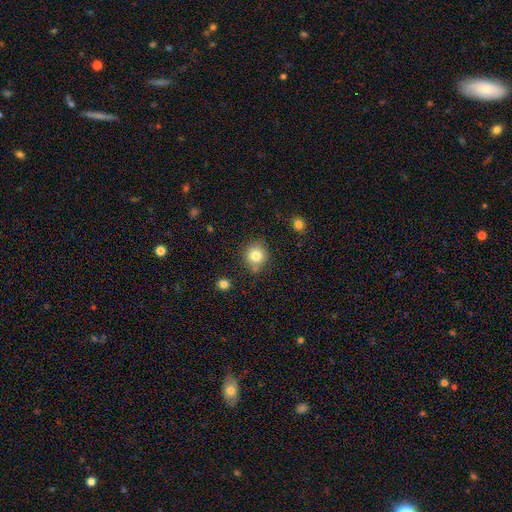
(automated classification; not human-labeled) A smooth galaxy with no disk features (81%) that is round (86%).

Vote fractions:
- Smooth or featured? smooth: 81% / star or artifact: 11% / featured or disk: 8%
- How rounded? round: 86% / in between: 13% / cigar-shaped: 1%
- Merging? none: 77% / minor disturbance: 14% / merger: 6% / major disturbance: 3%